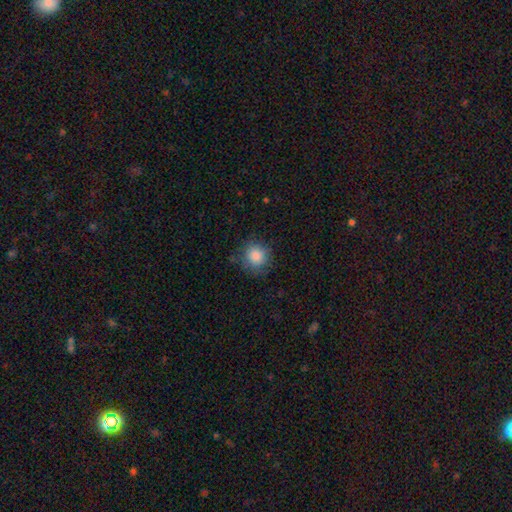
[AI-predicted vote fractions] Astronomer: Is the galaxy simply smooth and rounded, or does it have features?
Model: smooth — 86%.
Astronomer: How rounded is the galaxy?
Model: round — 90%.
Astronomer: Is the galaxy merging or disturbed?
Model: none — 81%.